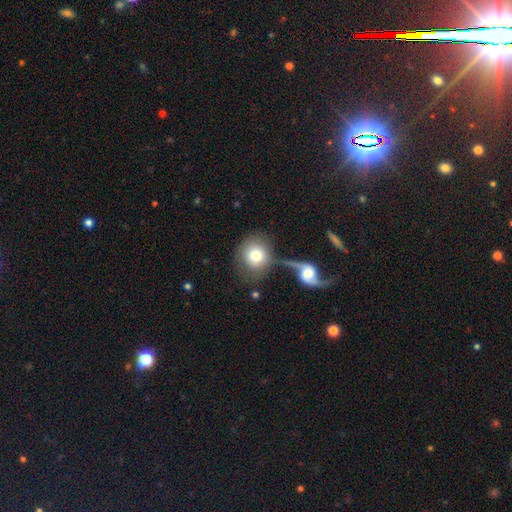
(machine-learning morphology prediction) Smooth or featured: smooth — 74% (featured or disk — 19%)
How rounded: round — 85% (in between — 14%)
Merging: none — 56% (merger — 24%)